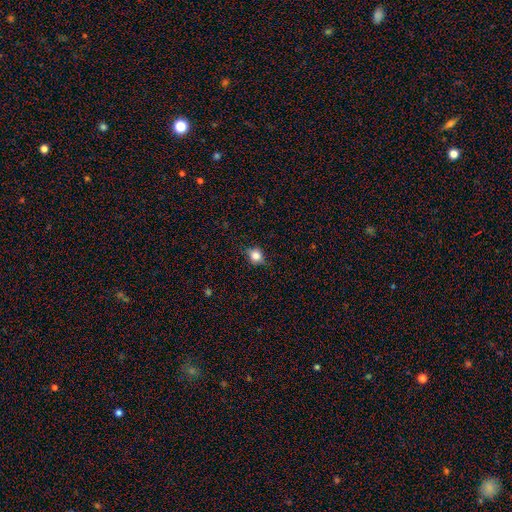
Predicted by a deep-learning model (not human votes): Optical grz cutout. It shows a smooth galaxy with no disk features (79%) that is round (75%). Merging: none (79%).